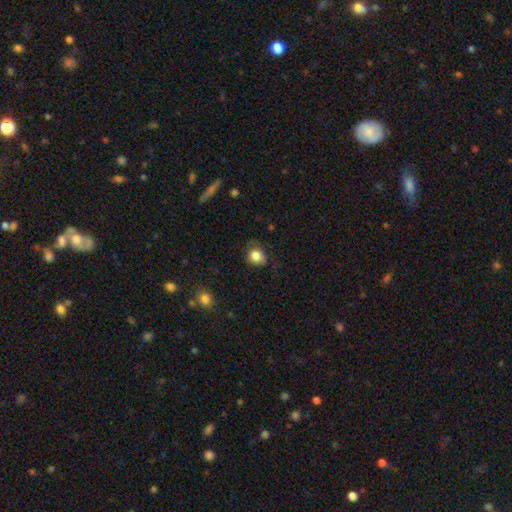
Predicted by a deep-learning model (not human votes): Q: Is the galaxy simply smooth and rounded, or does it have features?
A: smooth — 83%.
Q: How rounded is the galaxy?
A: round — 66%.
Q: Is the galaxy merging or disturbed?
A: none — 64%.